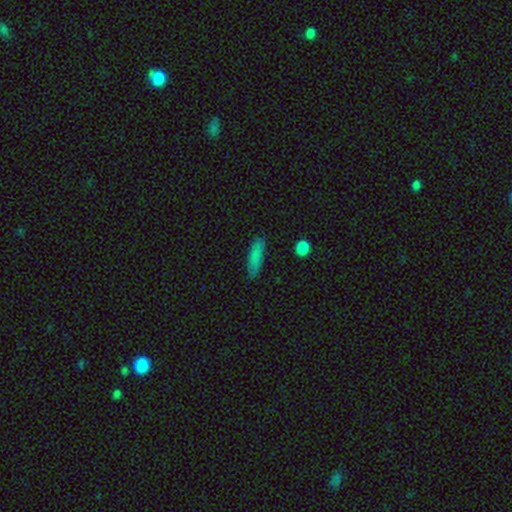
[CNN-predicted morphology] type=smooth (83%); roundness=cigar-shaped (65%); merging=none (81%).